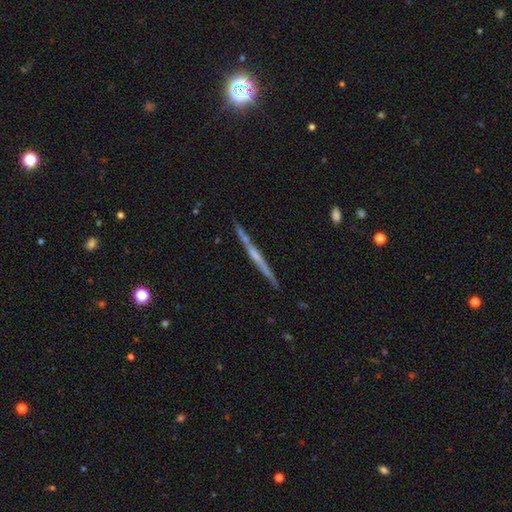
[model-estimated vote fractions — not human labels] Morphology: type=featured or disk (70%); edge-on=yes (98%); edge-on bulge=none (61%); merging=none (88%).